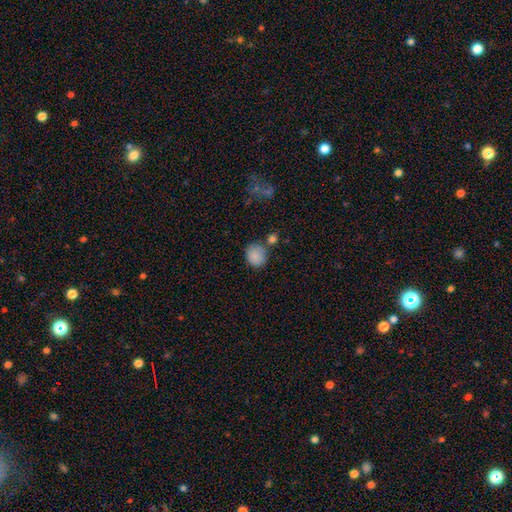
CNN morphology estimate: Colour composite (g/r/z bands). It shows a smooth galaxy with no disk features (87%) that is round (72%). Merging: none (66%).